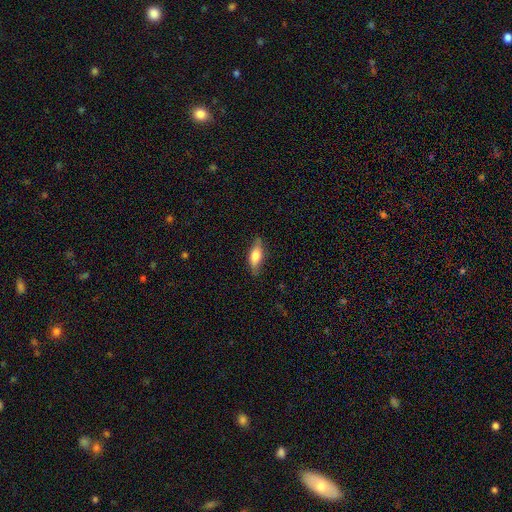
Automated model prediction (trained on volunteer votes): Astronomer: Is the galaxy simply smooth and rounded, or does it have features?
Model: smooth — 67%.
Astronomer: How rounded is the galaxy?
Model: in between — 64%.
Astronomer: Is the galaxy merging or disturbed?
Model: none — 80%.